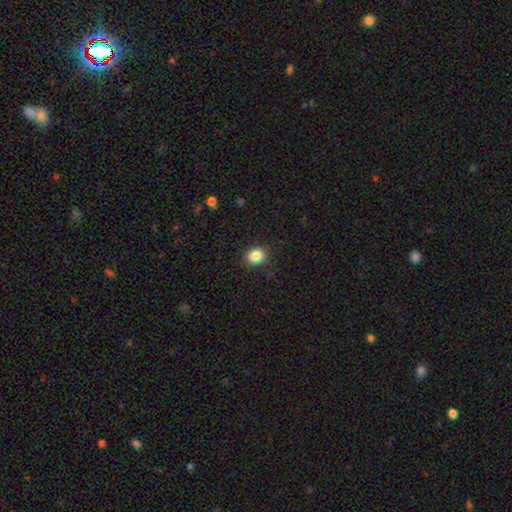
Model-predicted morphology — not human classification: type=smooth (85%); roundness=round (58%); merging=none (88%).